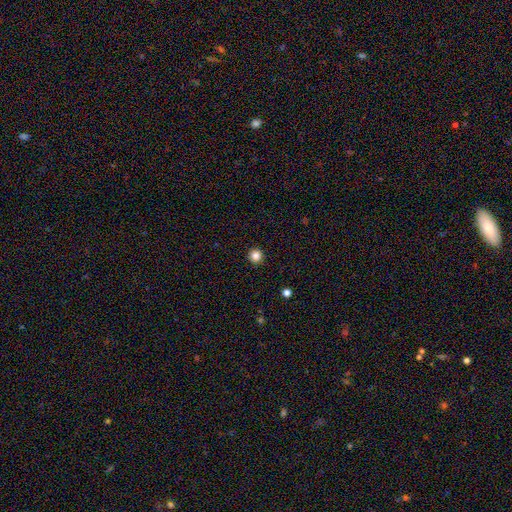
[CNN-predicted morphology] smooth 84%, star or artifact 12%, featured or disk 4%. Down the decision tree: how rounded — round (96%); merging — none (94%).